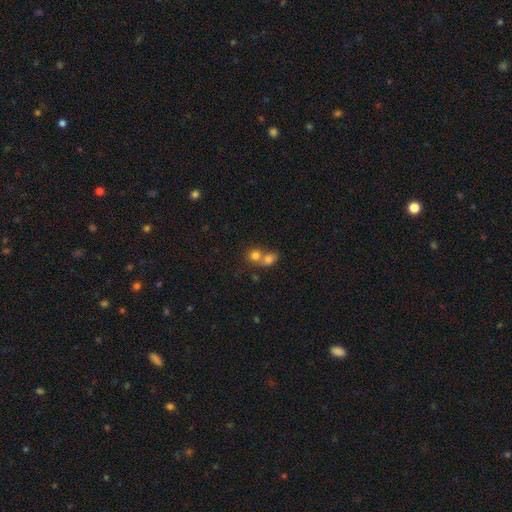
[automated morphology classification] This appears to be a smooth galaxy with no disk features (77%) that is round (69%). Merging: merger (65%).